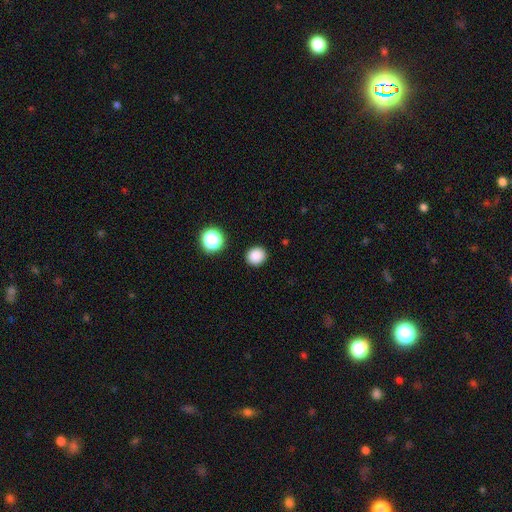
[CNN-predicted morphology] smooth-or-featured: smooth: 85% | star or artifact: 11% | featured or disk: 3%
  how-rounded: round: 87% | in between: 12% | cigar-shaped: 1%
  merging: none: 90% | minor disturbance: 6% | major disturbance: 2% | merger: 2%